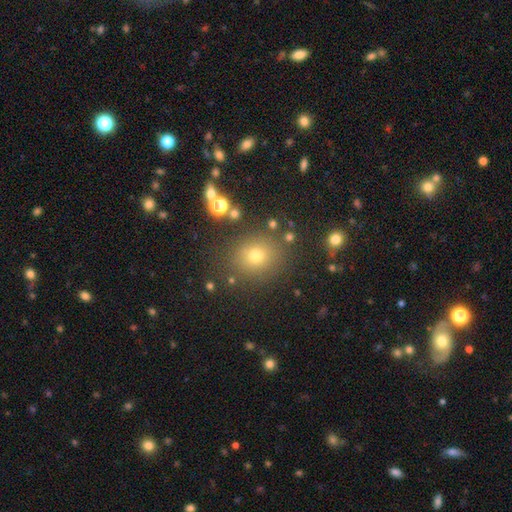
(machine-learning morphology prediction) The model was most divided on "smooth or featured": smooth: 71%, star or artifact: 20%, featured or disk: 9%. More confident: merging — none (82%); how rounded — round (75%).